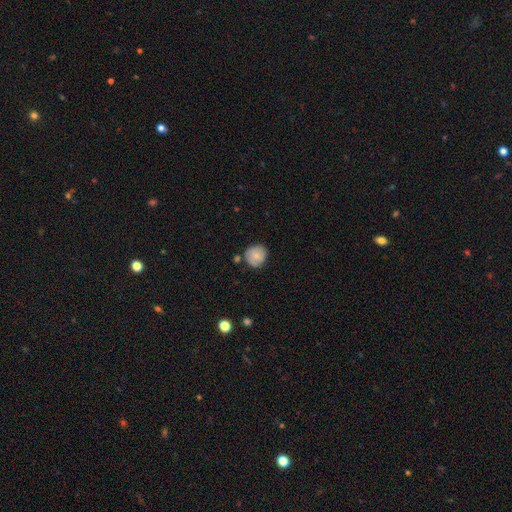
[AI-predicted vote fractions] This appears to be a smooth galaxy with no disk features (68%) that is round (85%). Merging: none (67%).